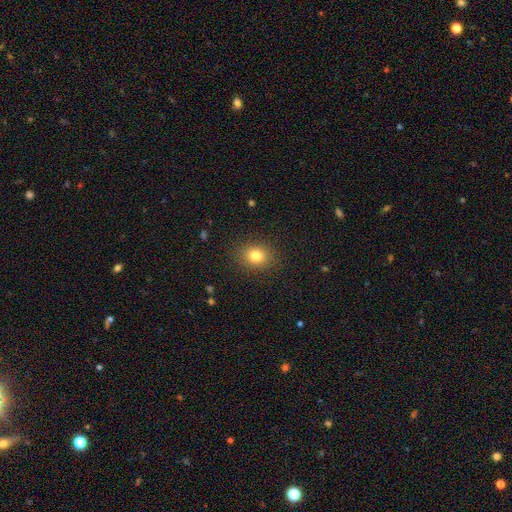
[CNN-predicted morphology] Smooth or featured?
  - smooth: 80% *
  - star or artifact: 12%
  - featured or disk: 8%
How rounded?
  - round: 63% *
  - in between: 36%
  - cigar-shaped: 1%
Merging?
  - none: 88% *
  - minor disturbance: 8%
  - major disturbance: 3%
  - merger: 1%